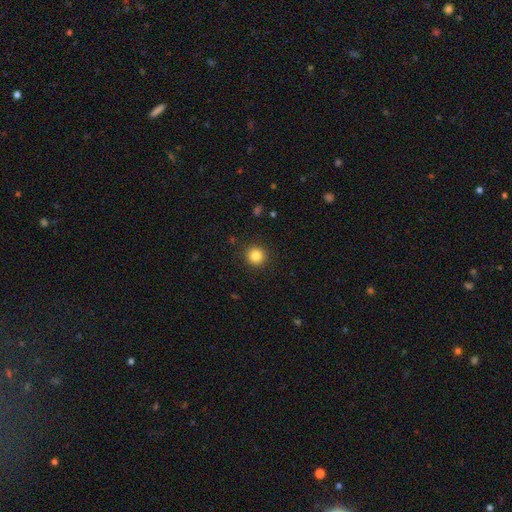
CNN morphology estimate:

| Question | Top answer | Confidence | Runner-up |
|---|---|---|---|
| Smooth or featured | smooth | 84% | star or artifact (11%) |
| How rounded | round | 94% | in between (5%) |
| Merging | none | 92% | minor disturbance (5%) |